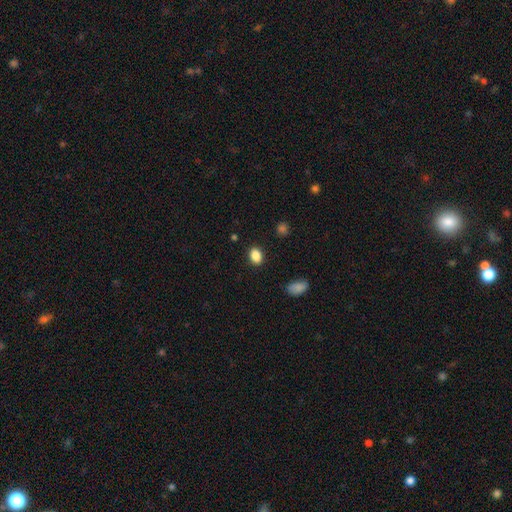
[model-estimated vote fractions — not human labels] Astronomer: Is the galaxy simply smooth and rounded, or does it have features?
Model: smooth — 87%.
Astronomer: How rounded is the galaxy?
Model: in between — 77%.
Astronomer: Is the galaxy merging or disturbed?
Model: none — 88%.